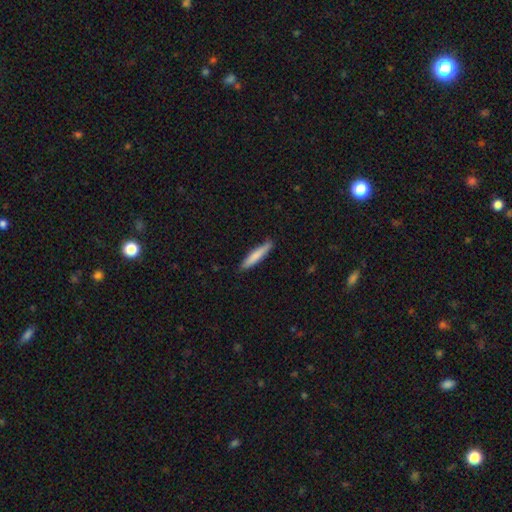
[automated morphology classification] The model was most divided on "smooth or featured": smooth: 78%, featured or disk: 17%, star or artifact: 5%. More confident: how rounded — cigar-shaped (91%); merging — none (87%).